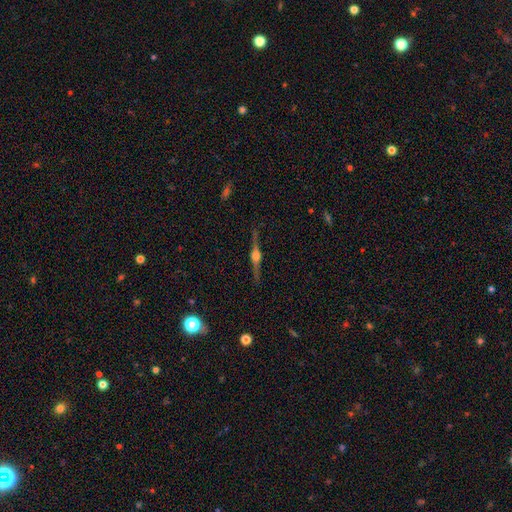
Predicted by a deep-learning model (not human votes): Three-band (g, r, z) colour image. It shows a featured or disk galaxy (85%) viewed edge-on (98%) with a rounded central bulge (91%). Merging: none (89%).